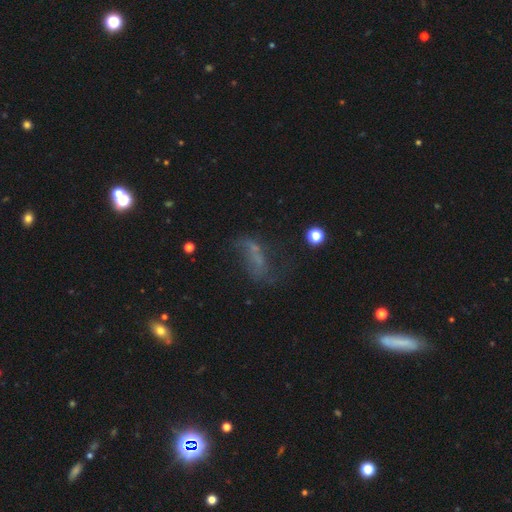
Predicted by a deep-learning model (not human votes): Morphology: type=featured or disk (42%); merging=none (37%).